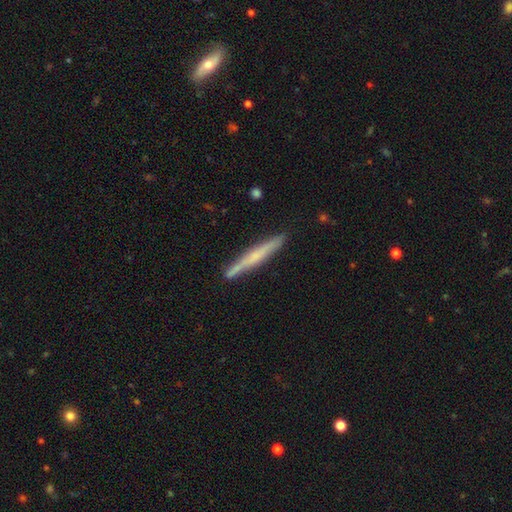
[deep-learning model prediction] featured or disk 54%, smooth 41%, star or artifact 6%. Down the decision tree: edge-on disk — yes (97%); edge-on bulge — none (49%); merging — none (86%).